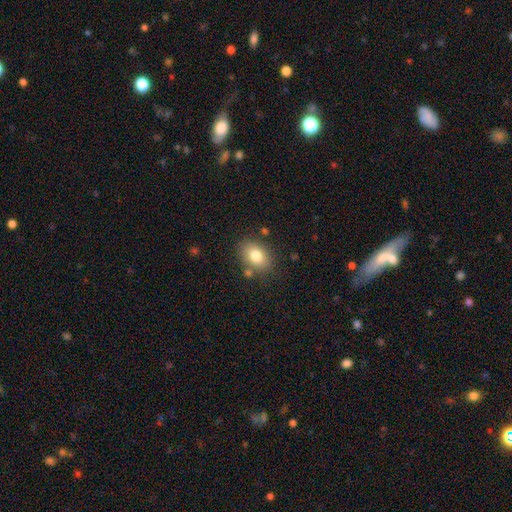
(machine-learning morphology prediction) Smooth or featured?
  - smooth: 79% *
  - featured or disk: 11%
  - star or artifact: 9%
How rounded?
  - in between: 74% *
  - round: 24%
  - cigar-shaped: 1%
Merging?
  - none: 78% *
  - minor disturbance: 13%
  - merger: 5%
  - major disturbance: 4%